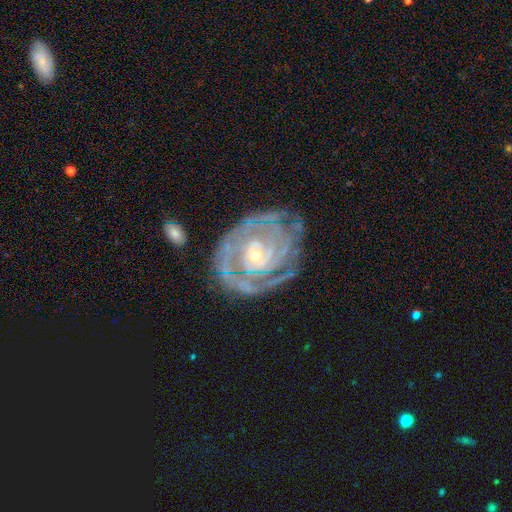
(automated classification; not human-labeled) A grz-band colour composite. It shows a featured or disk galaxy (88%) with no bar (70%), tight (78%) spiral arms (94%) and a small central bulge (65%). Merging: none (69%).